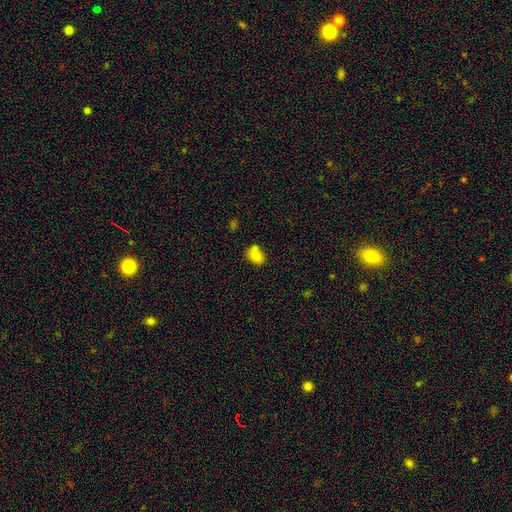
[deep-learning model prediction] Smooth or featured?
  - smooth: 79% *
  - featured or disk: 11%
  - star or artifact: 10%
How rounded?
  - in between: 58% *
  - round: 41%
  - cigar-shaped: 1%
Merging?
  - none: 55% *
  - merger: 27%
  - minor disturbance: 15%
  - major disturbance: 4%